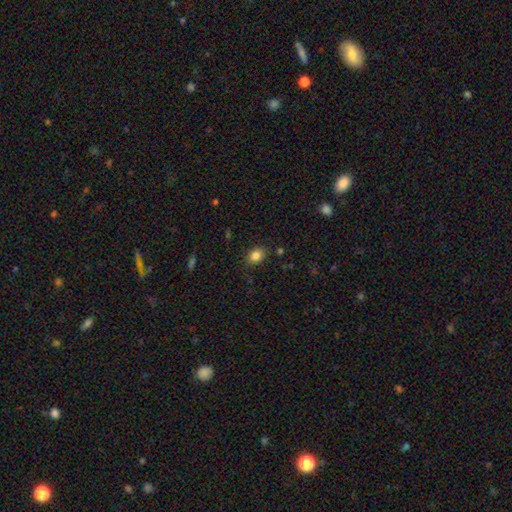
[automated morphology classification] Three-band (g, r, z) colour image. It shows a smooth galaxy with no disk features (85%) that is in between round and cigar-shaped (66%). Merging: none (84%).